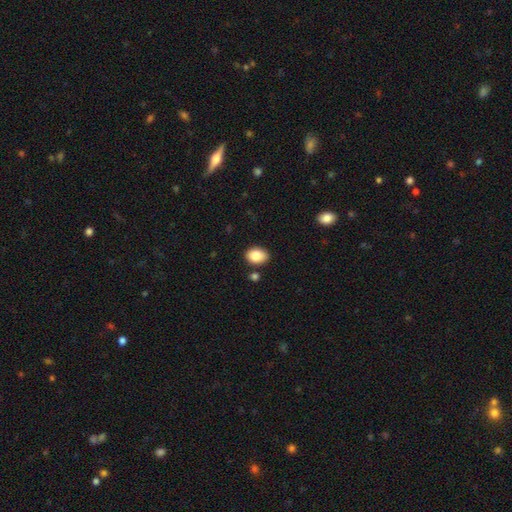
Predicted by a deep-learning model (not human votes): Overall: smooth (86%). How rounded: in between (71%). Merging: none (82%).